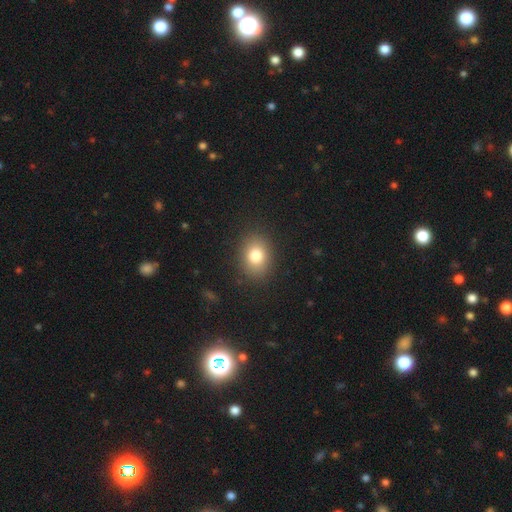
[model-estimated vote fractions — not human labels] Smooth or featured? smooth (81%)
How rounded? in between (56%)
Merging? none (87%)